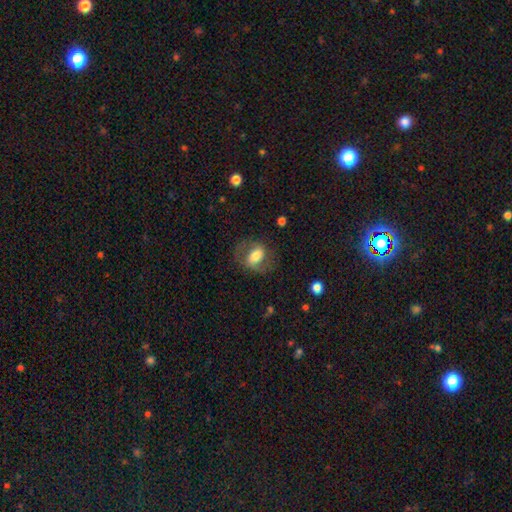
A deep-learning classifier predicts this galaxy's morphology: Q: Smooth or featured?
A: smooth (46%); tied with: featured or disk (46%)
Q: Merging?
A: none (64%); runner-up: minor disturbance (19%)